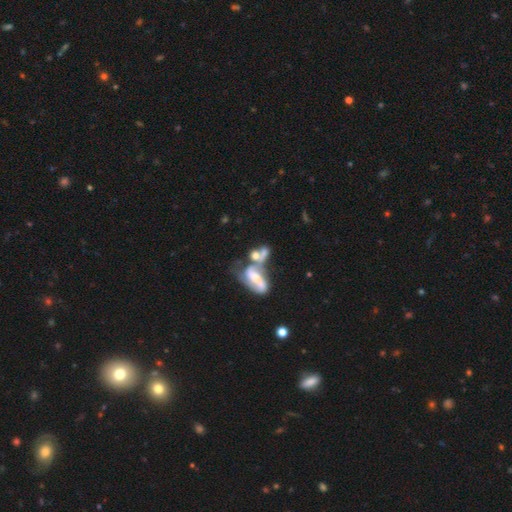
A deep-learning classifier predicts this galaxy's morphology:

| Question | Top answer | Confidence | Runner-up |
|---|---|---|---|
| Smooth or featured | featured or disk | 56% | smooth (34%) |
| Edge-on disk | no | 92% | yes (8%) |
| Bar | no | 53% | weak (27%) |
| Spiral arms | yes | 56% | no (44%) |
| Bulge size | moderate | 39% | small (27%) |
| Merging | merger | 61% | none (15%) |